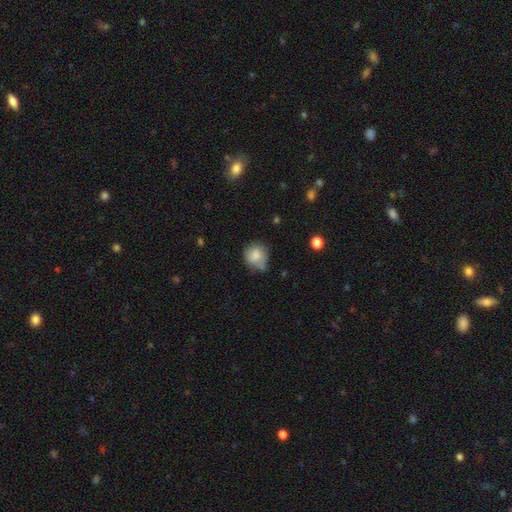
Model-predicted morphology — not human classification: Smooth or featured?
  - smooth: 81% *
  - featured or disk: 11%
  - star or artifact: 9%
How rounded?
  - round: 76% *
  - in between: 23%
  - cigar-shaped: 1%
Merging?
  - none: 47% *
  - minor disturbance: 36%
  - major disturbance: 11%
  - merger: 7%